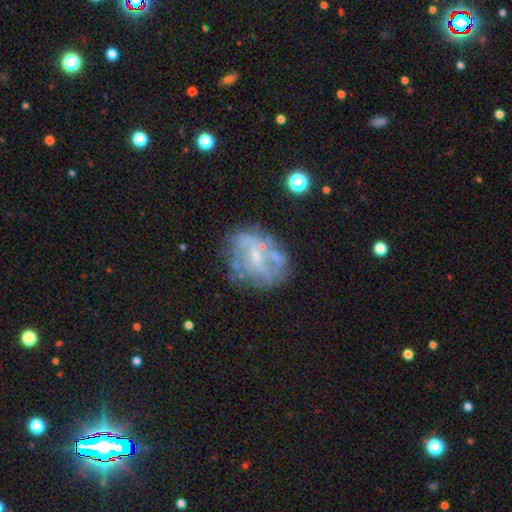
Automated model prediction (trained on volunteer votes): featured or disk 64%, smooth 23%, star or artifact 13%. Down the decision tree: edge-on disk — no (96%); bar — no (60%); spiral arms — no (61%); bulge size — small (57%); merging — none (59%).